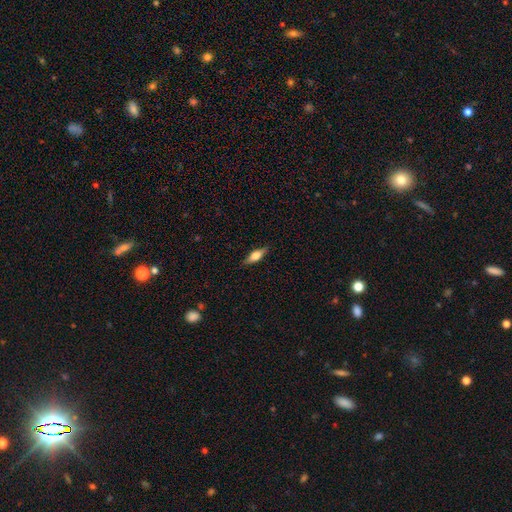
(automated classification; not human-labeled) Overall: smooth (59%; featured or disk 34%). How rounded: in between (58%; cigar-shaped 39%). Merging: none (85%).